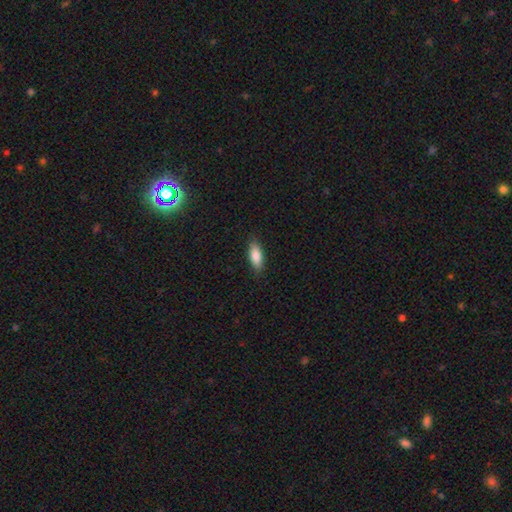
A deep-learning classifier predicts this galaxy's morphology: Smooth or featured?
  - smooth: 84% *
  - featured or disk: 9%
  - star or artifact: 6%
How rounded?
  - in between: 72% *
  - cigar-shaped: 25%
  - round: 2%
Merging?
  - none: 87% *
  - minor disturbance: 10%
  - major disturbance: 2%
  - merger: 1%